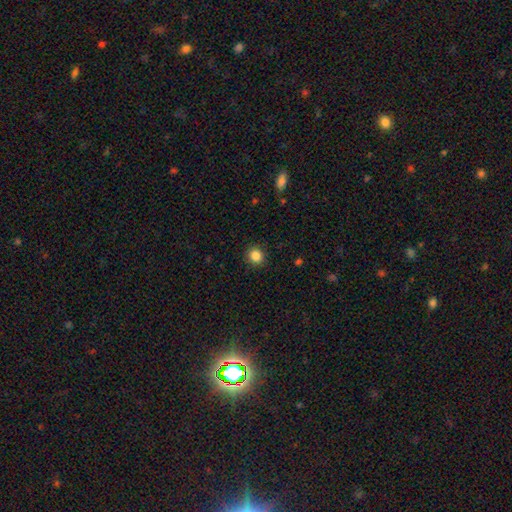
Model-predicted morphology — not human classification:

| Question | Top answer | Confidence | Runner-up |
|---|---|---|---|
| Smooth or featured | smooth | 85% | star or artifact (11%) |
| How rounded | round | 85% | in between (14%) |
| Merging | none | 90% | minor disturbance (7%) |